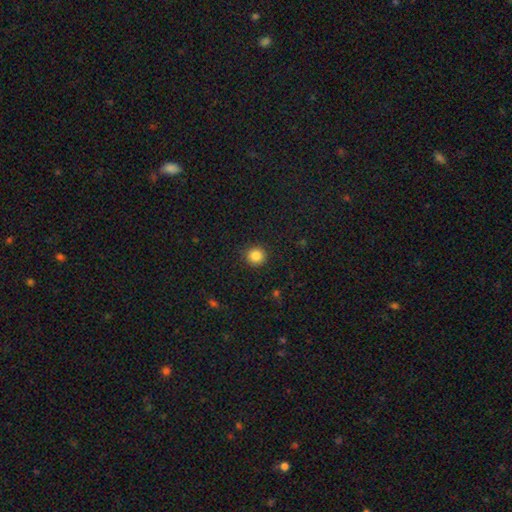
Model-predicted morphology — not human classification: smooth_or_featured: smooth (p=0.85) [alt: star or artifact p=0.11]
how_rounded: round (p=0.94) [alt: in between p=0.06]
merging: none (p=0.91) [alt: minor disturbance p=0.06]